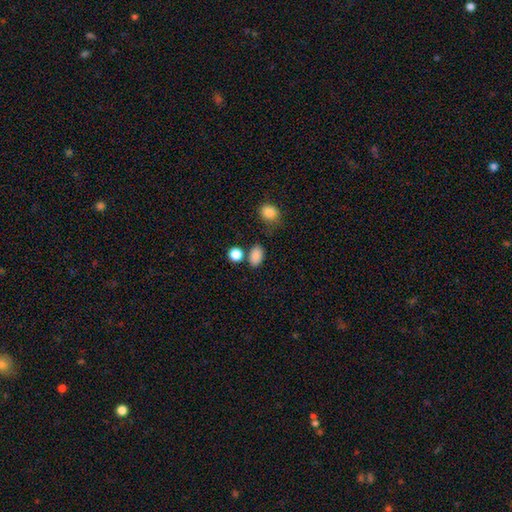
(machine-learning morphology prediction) Q: Smooth or featured?
A: smooth (85%); runner-up: star or artifact (10%)
Q: How rounded?
A: in between (80%); runner-up: round (18%)
Q: Merging?
A: none (72%); runner-up: minor disturbance (14%)